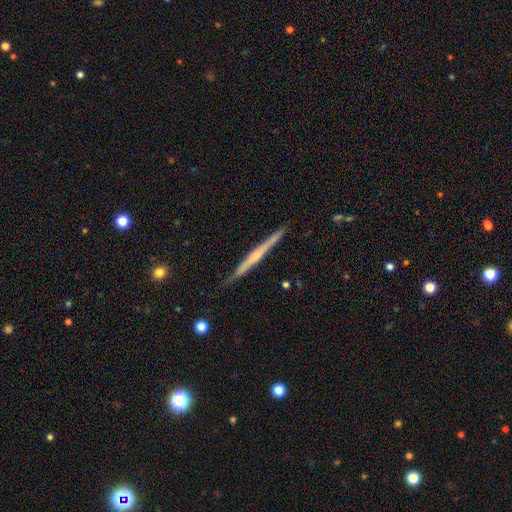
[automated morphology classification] featured or disk 60%, smooth 35%, star or artifact 6%. Down the decision tree: edge-on disk — yes (97%); edge-on bulge — none (68%); merging — none (88%).